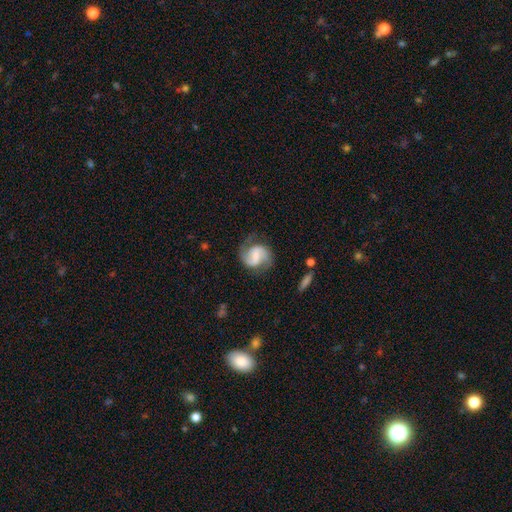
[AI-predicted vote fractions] This appears to be a featured or disk galaxy (80%) with a weak bar (50%), 2 (88%) medium (49%) spiral arms (96%) and a small central bulge (35%). Merging: none (69%).